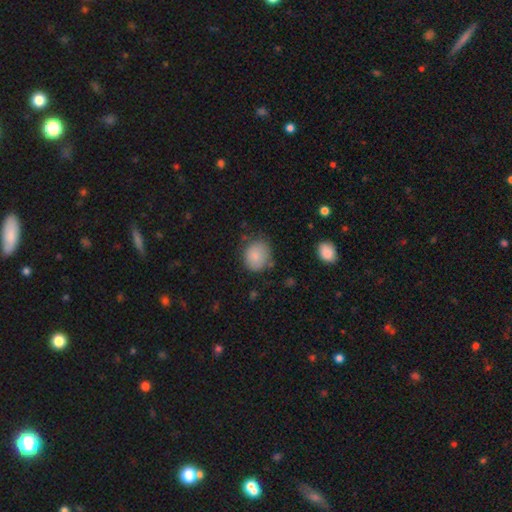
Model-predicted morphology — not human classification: smooth-or-featured: smooth: 84% | featured or disk: 8% | star or artifact: 8%
  how-rounded: round: 70% | in between: 29% | cigar-shaped: 1%
  merging: none: 70% | minor disturbance: 21% | major disturbance: 5% | merger: 3%